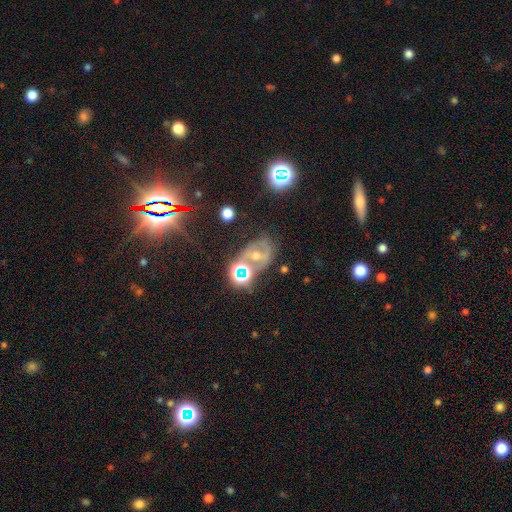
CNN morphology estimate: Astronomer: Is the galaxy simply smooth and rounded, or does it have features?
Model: featured or disk — 43% (runner-up: star or artifact, 29%).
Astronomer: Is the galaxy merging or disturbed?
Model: none — 45% (runner-up: merger, 22%).